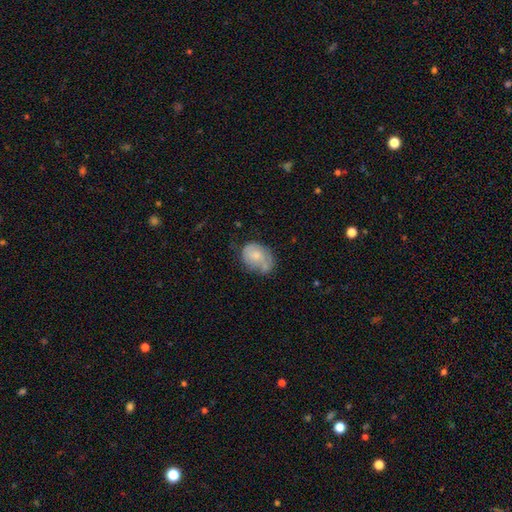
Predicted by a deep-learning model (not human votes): smooth_or_featured: smooth (p=0.59) [alt: featured or disk p=0.33]
how_rounded: in between (p=0.65) [alt: round p=0.34]
merging: none (p=0.41) [alt: minor disturbance p=0.33]